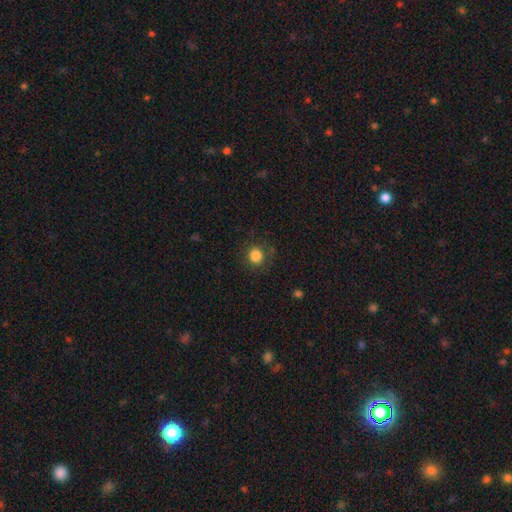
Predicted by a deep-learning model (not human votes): This is clearly a smooth galaxy (84%). How rounded: clearly round (90%). Merging: clearly none (84%).